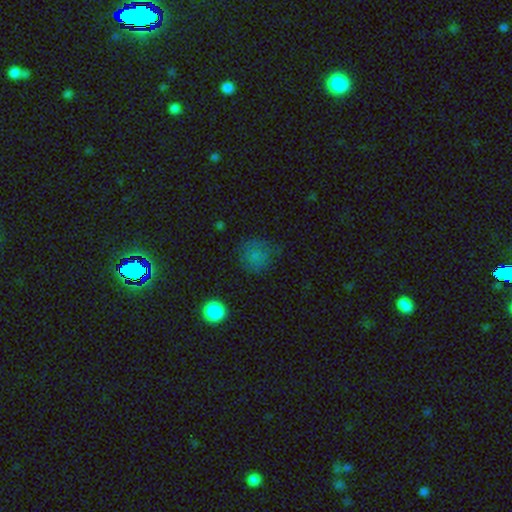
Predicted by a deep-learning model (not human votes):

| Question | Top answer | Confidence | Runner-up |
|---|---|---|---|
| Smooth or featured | smooth | 76% | star or artifact (15%) |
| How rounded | round | 88% | in between (11%) |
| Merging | none | 68% | minor disturbance (21%) |